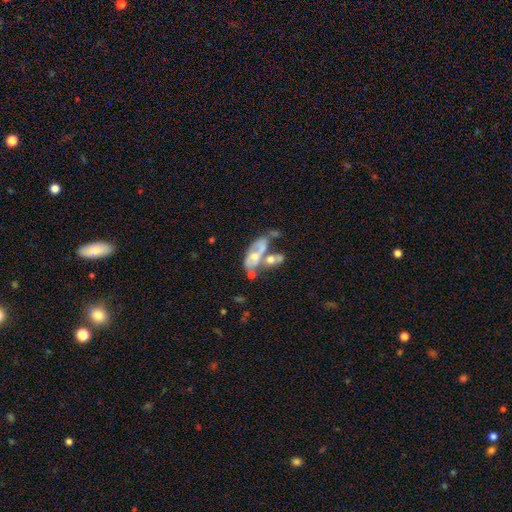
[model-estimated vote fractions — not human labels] Smooth or featured? Predicted: featured or disk (p=0.57). Edge-on disk? Predicted: no (p=0.92). Bar? Predicted: no (p=0.78). Spiral arms? Predicted: no (p=0.62). Bulge size? Predicted: moderate (p=0.53). Merging? Predicted: merger (p=0.52).